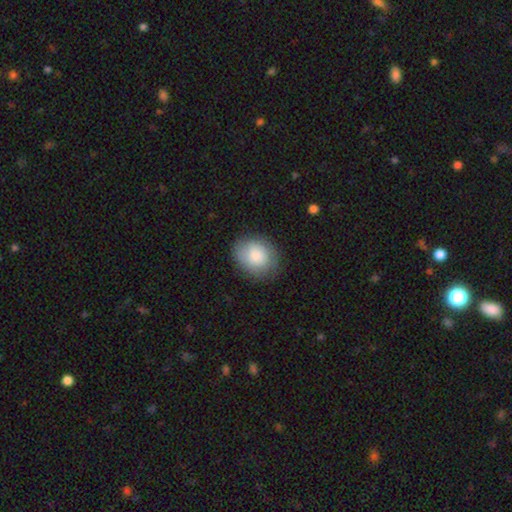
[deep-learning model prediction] smooth 82%, featured or disk 11%, star or artifact 7%. Down the decision tree: how rounded — round (59%); merging — none (79%).